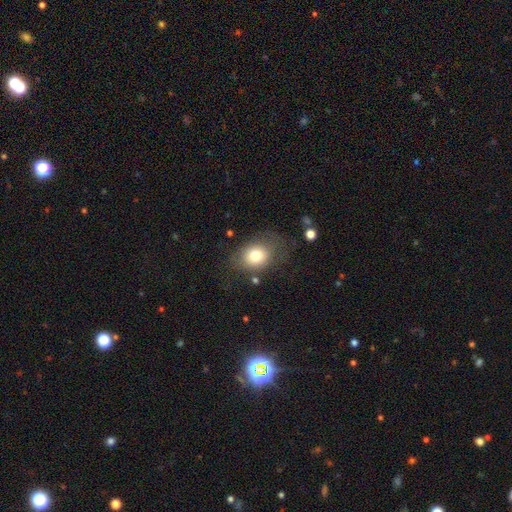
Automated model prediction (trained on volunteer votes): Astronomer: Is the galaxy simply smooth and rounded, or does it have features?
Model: smooth — 77%.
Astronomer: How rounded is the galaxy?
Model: in between — 55% (runner-up: round, 44%).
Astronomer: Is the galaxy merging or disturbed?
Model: none — 64%.